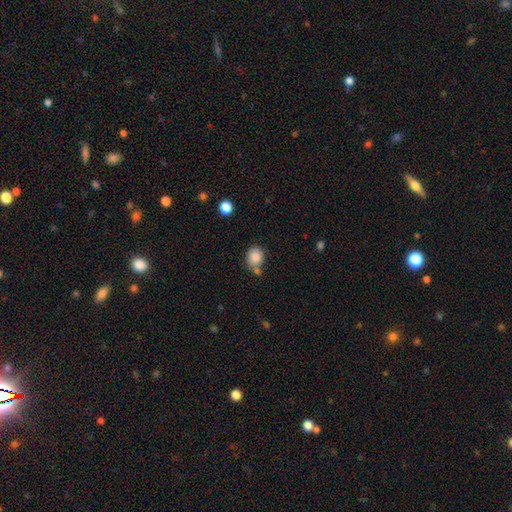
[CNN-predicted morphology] type=smooth (86%); roundness=round (67%); merging=none (59%).